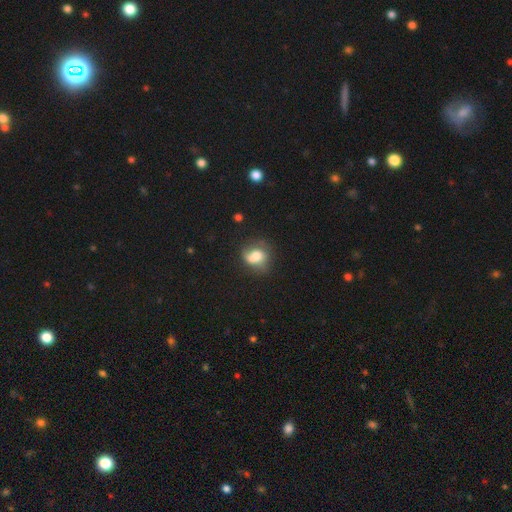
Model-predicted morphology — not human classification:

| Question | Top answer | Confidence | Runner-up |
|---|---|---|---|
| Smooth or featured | smooth | 61% | featured or disk (28%) |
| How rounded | round | 59% | in between (40%) |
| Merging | none | 45% | minor disturbance (27%) |